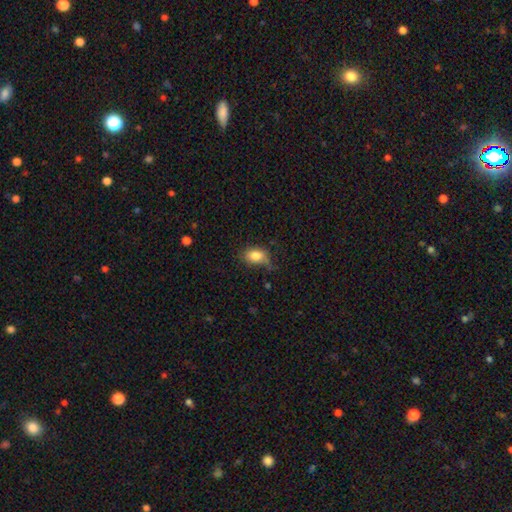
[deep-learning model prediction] Q: Smooth or featured?
A: smooth (83%); runner-up: star or artifact (9%)
Q: How rounded?
A: in between (80%); runner-up: round (18%)
Q: Merging?
A: none (55%); runner-up: minor disturbance (31%)